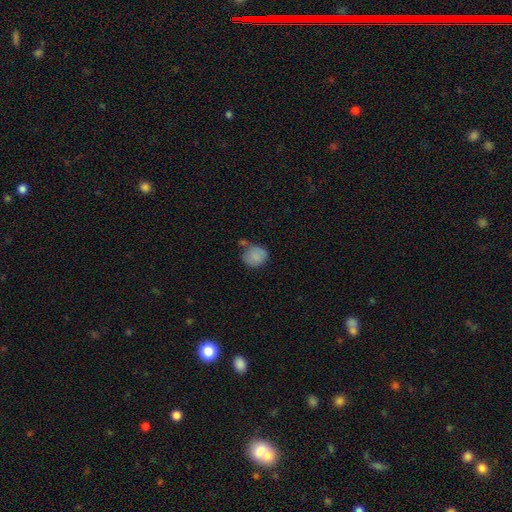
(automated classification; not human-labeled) Smooth or featured?
  - smooth: 84% *
  - star or artifact: 8%
  - featured or disk: 8%
How rounded?
  - round: 73% *
  - in between: 26%
  - cigar-shaped: 1%
Merging?
  - none: 55% *
  - minor disturbance: 23%
  - merger: 15%
  - major disturbance: 7%